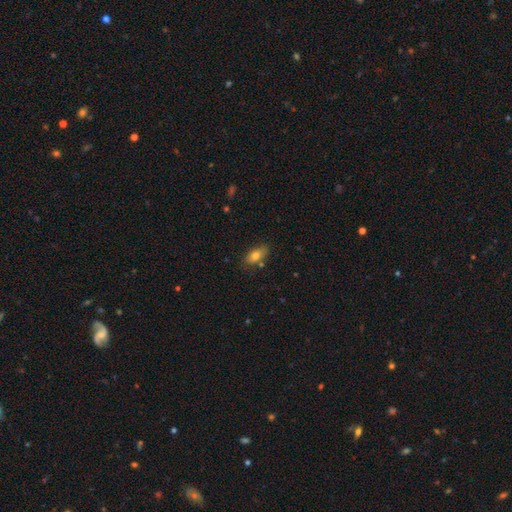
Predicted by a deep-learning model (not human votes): Overall: smooth (78%). How rounded: in between (87%). Merging: none (76%).